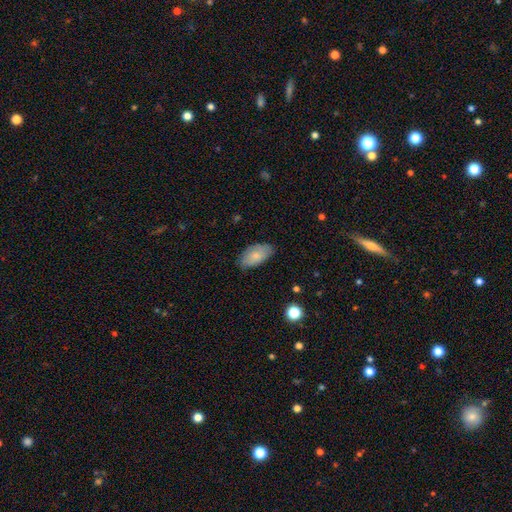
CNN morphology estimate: Smooth or featured? smooth (76%)
How rounded? in between (94%)
Merging? none (76%)